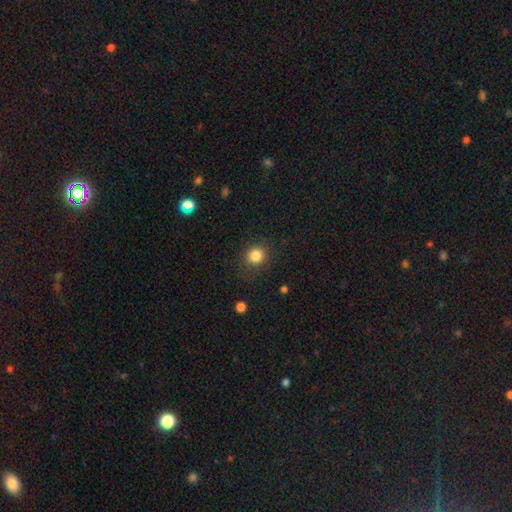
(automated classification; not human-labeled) Smooth or featured?
  - smooth: 84% *
  - star or artifact: 11%
  - featured or disk: 5%
How rounded?
  - round: 87% *
  - in between: 12%
  - cigar-shaped: 1%
Merging?
  - none: 85% *
  - minor disturbance: 9%
  - major disturbance: 4%
  - merger: 1%